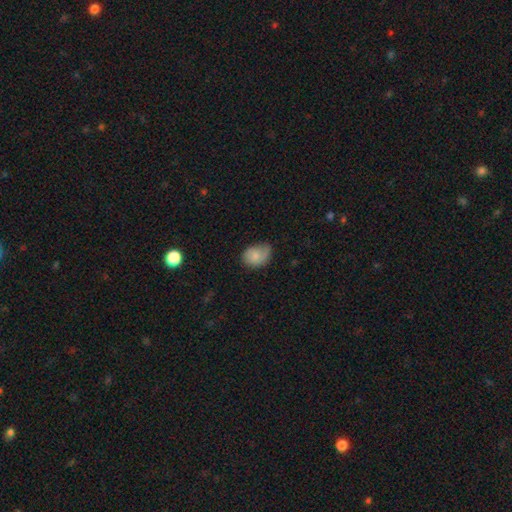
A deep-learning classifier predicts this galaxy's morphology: A smooth galaxy with no disk features (67%) that is in between round and cigar-shaped (67%). Merging: none (50%).